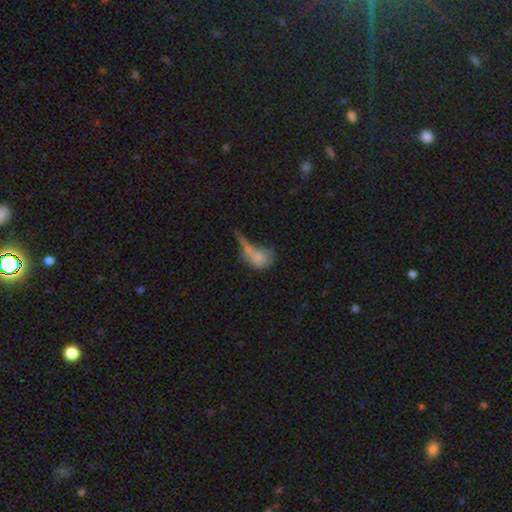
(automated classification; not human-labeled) Q: Smooth or featured?
A: smooth (64%); runner-up: featured or disk (24%)
Q: How rounded?
A: in between (62%); runner-up: round (31%)
Q: Merging?
A: major disturbance (32%); runner-up: merger (31%)